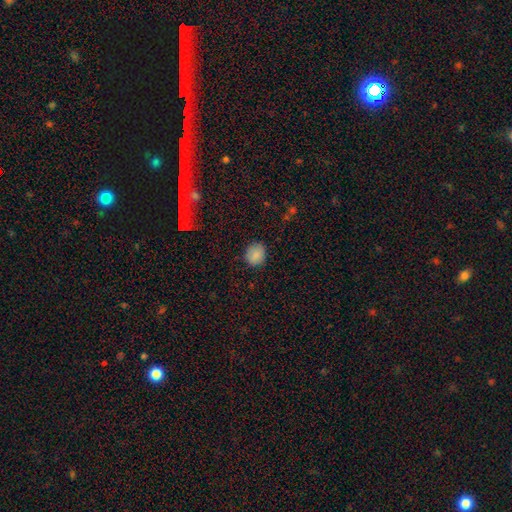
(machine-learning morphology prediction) A smooth galaxy with no disk features (86%) that is round (77%). Merging: none (83%).